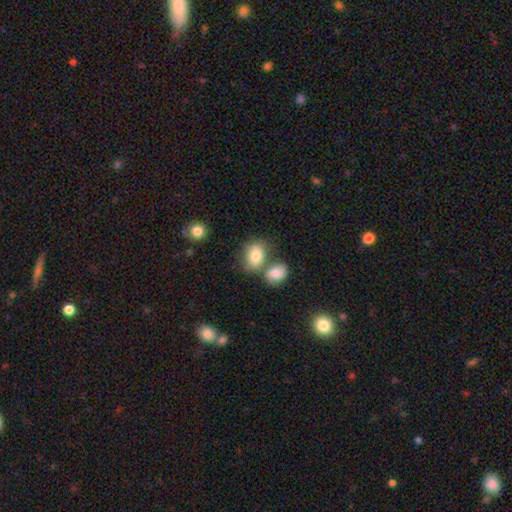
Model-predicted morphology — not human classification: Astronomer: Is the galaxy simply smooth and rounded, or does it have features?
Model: smooth — 82%.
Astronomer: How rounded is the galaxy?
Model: in between — 71%.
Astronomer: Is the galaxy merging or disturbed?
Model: none — 49% (runner-up: merger, 34%).